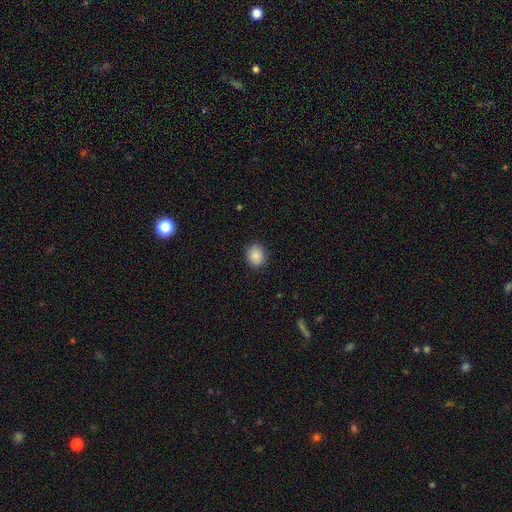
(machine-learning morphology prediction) This appears to be a smooth galaxy with no disk features (88%) that is round (66%). Merging: none (89%).